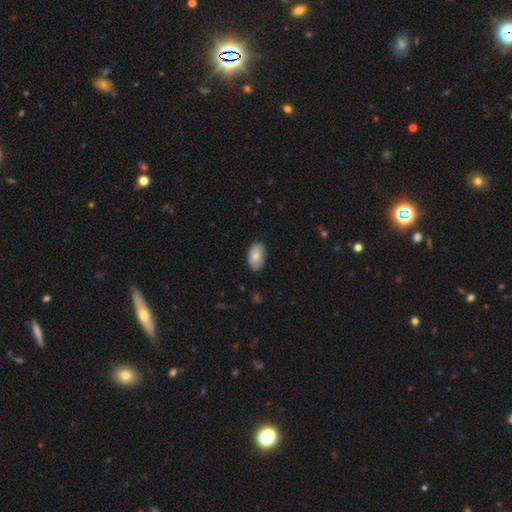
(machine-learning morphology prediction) A smooth galaxy with no disk features (80%) that is in between round and cigar-shaped (93%). Merging: none (79%).